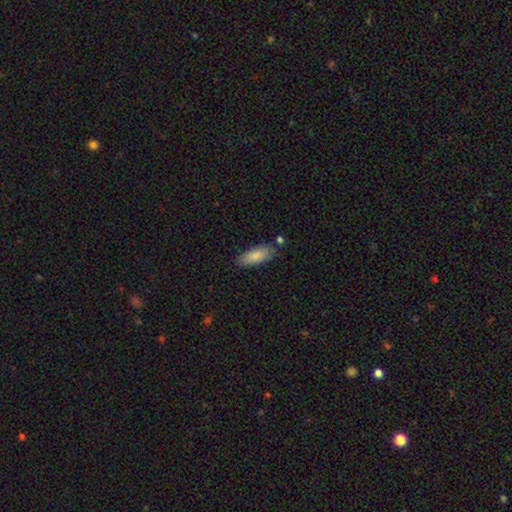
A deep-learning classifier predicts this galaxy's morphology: Smooth or featured?
  - smooth: 85% *
  - featured or disk: 9%
  - star or artifact: 6%
How rounded?
  - in between: 76% *
  - cigar-shaped: 23%
  - round: 2%
Merging?
  - none: 77% *
  - minor disturbance: 15%
  - merger: 5%
  - major disturbance: 3%